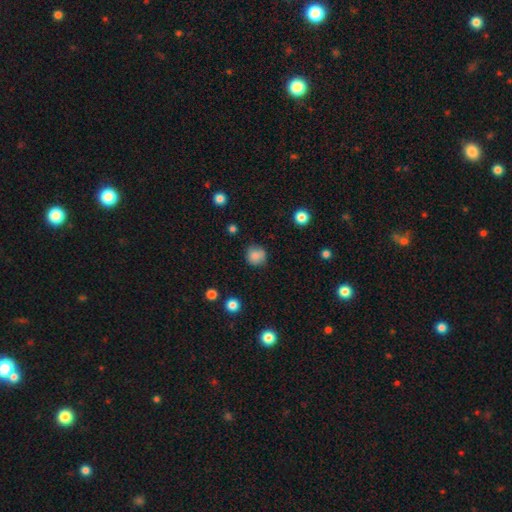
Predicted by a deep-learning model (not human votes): Overall: smooth (82%). How rounded: round (88%). Merging: none (77%).